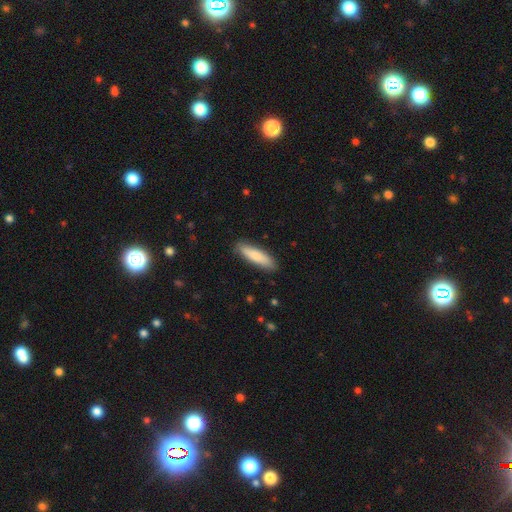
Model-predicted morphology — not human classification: This appears to be a smooth galaxy with no disk features (79%) that is cigar-shaped (65%). Merging: none (88%).